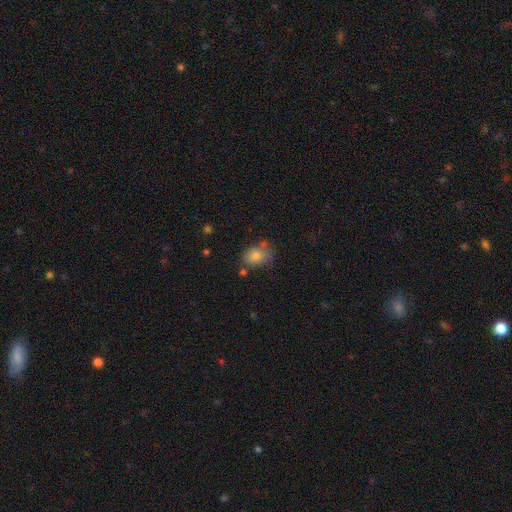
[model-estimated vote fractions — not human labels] Smooth or featured? Predicted: smooth (p=0.77). How rounded? Predicted: in between (p=0.64). Merging? Predicted: none (p=0.54).